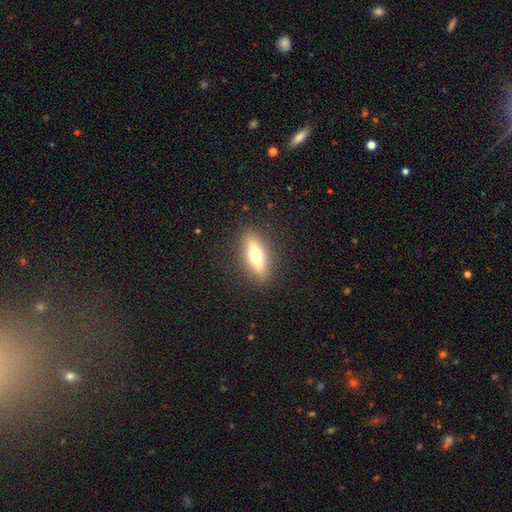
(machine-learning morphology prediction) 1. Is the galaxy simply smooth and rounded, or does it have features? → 50% smooth, 43% featured or disk, 7% star or artifact.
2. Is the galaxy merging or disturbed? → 89% none, 8% minor disturbance, 2% major disturbance, 1% merger.